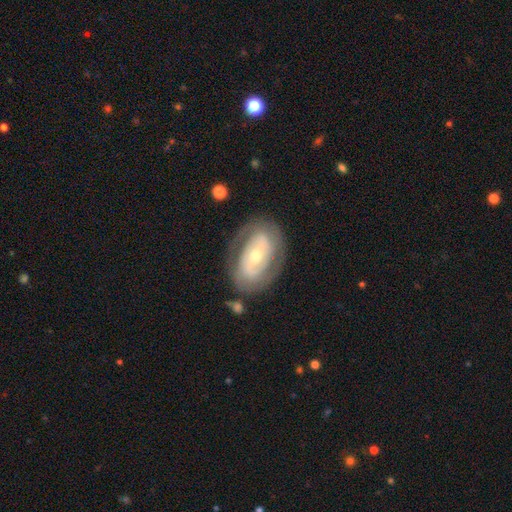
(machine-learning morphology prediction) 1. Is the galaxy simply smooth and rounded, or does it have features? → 74% featured or disk, 20% smooth, 5% star or artifact.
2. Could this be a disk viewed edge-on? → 94% no, 6% yes.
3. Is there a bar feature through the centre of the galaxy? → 42% no, 33% weak, 25% strong.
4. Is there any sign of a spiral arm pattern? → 66% yes, 34% no.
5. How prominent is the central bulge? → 56% moderate, 38% small, 4% large, 1% dominant, 1% none.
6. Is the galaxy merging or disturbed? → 76% none, 15% minor disturbance, 7% major disturbance, 2% merger.